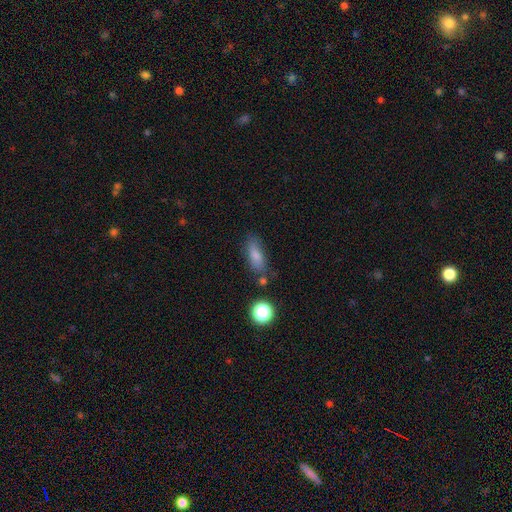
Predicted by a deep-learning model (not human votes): A smooth galaxy with no disk features (78%) that is in between round and cigar-shaped (67%). Merging: none (70%).